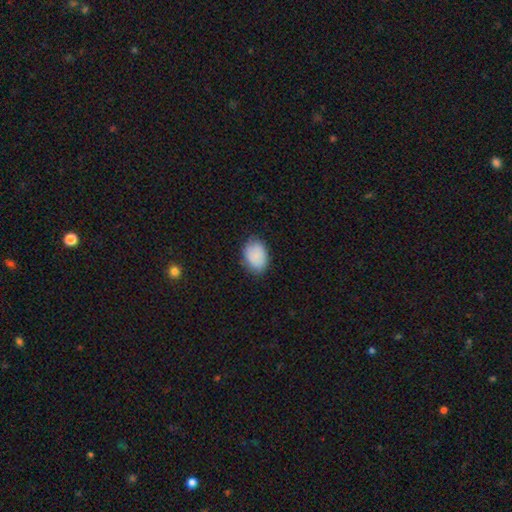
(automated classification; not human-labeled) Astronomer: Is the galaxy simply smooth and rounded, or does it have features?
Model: smooth — 87%.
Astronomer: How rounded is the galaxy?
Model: in between — 80%.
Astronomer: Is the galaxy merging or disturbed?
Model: none — 78%.